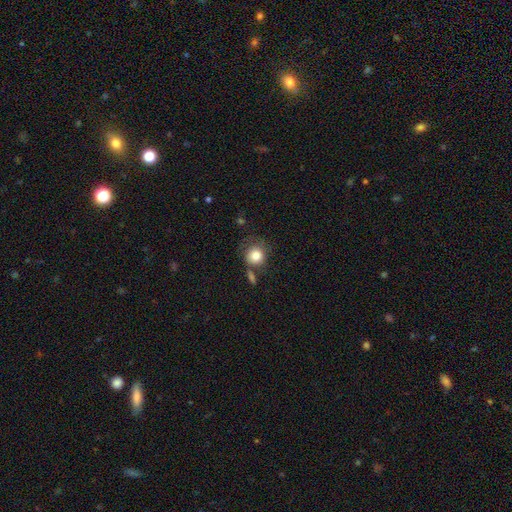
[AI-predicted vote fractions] This is clearly a smooth galaxy (82%). How rounded: clearly round (85%). Merging: possibly none (52%).